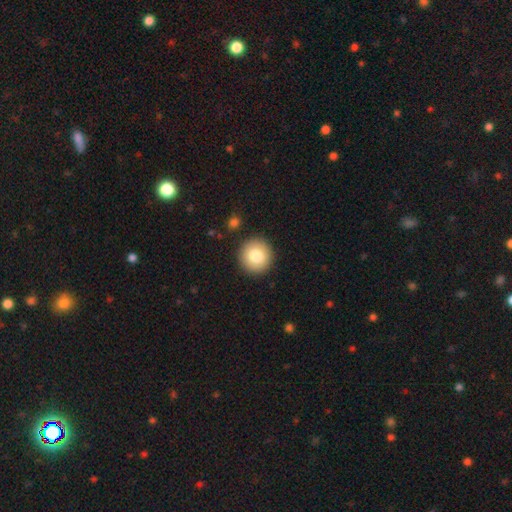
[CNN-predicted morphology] This is clearly a smooth galaxy (80%). How rounded: clearly round (94%). Merging: clearly none (91%).